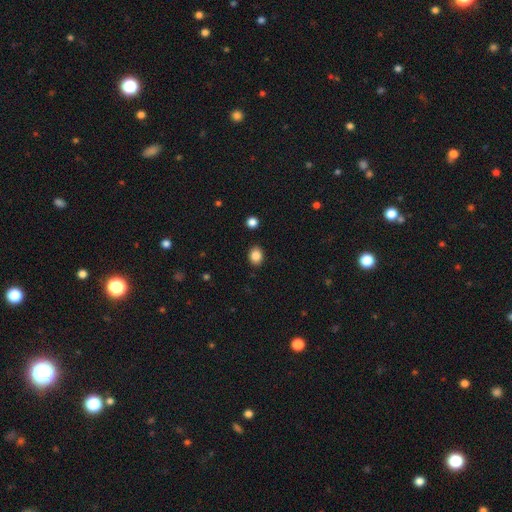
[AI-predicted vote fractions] smooth_or_featured: smooth (p=0.85) [alt: star or artifact p=0.10]
how_rounded: in between (p=0.50) [alt: round p=0.49]
merging: none (p=0.88) [alt: minor disturbance p=0.08]